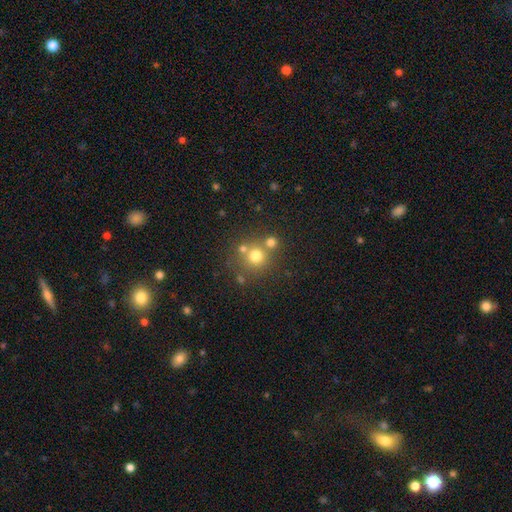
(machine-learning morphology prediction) Overall: smooth (71%). How rounded: round (91%). Merging: none (65%).